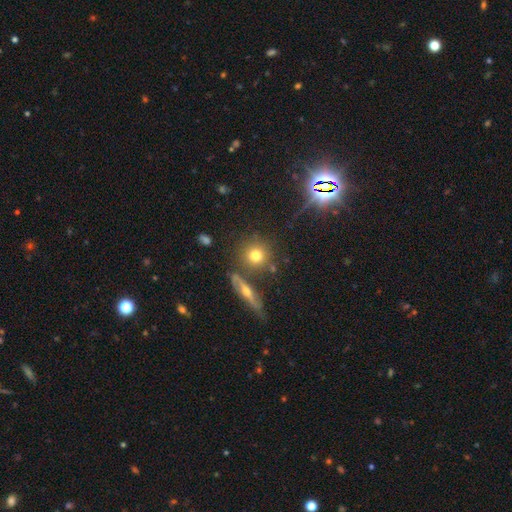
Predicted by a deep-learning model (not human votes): Smooth or featured: smooth — 69% (featured or disk — 16%)
How rounded: round — 88% (in between — 9%)
Merging: none — 75% (merger — 12%)